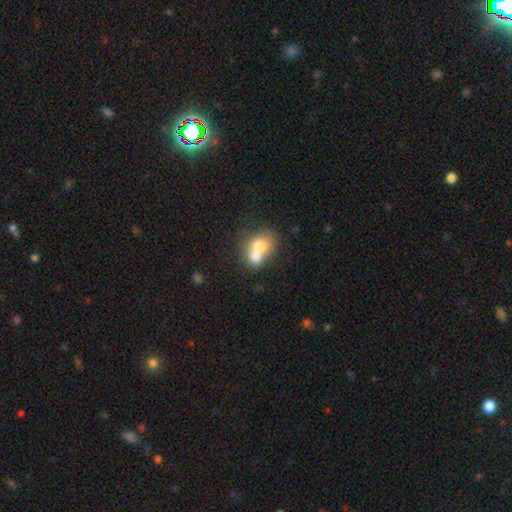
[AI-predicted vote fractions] Smooth or featured: smooth — 68% (featured or disk — 23%)
How rounded: round — 53% (in between — 46%)
Merging: merger — 72% (none — 19%)